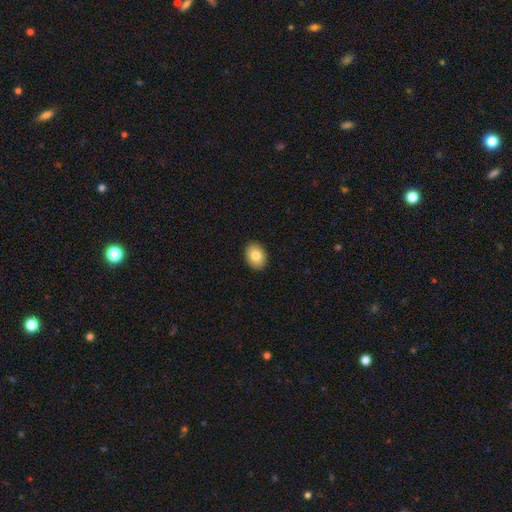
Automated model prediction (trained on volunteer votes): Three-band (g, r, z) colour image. It shows a smooth galaxy with no disk features (80%) that is in between round and cigar-shaped (70%). Merging: none (91%).